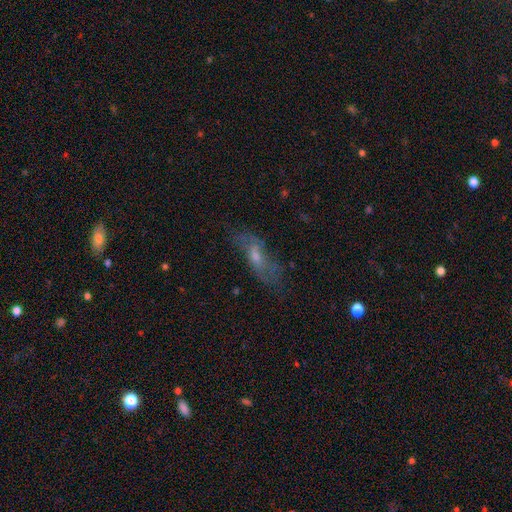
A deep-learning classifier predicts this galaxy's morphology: This appears to be a featured or disk galaxy (49%). Merging: none (58%).